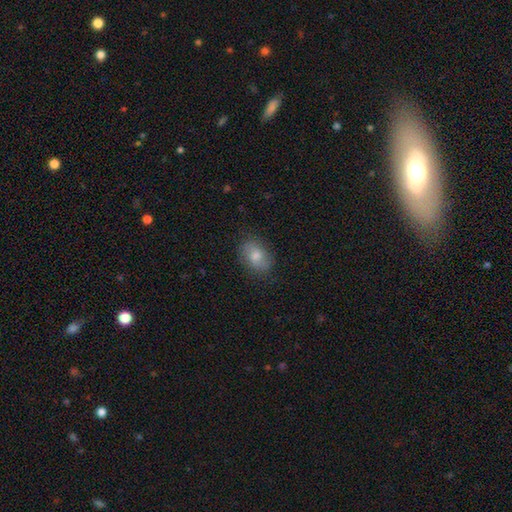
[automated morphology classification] smooth-or-featured: smooth: 68% | featured or disk: 21% | star or artifact: 11%
  how-rounded: in between: 74% | round: 24% | cigar-shaped: 1%
  merging: none: 82% | minor disturbance: 14% | major disturbance: 4% | merger: 1%